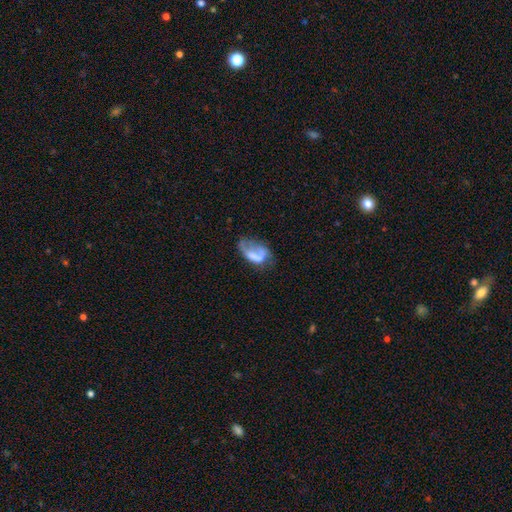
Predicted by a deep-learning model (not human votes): A smooth galaxy with no disk features (51%) that is in between round and cigar-shaped (87%).

Vote fractions:
- Smooth or featured? smooth: 51% / featured or disk: 40% / star or artifact: 10%
- How rounded? in between: 87% / round: 8% / cigar-shaped: 5%
- Merging? major disturbance: 42% / minor disturbance: 25% / none: 25% / merger: 8%